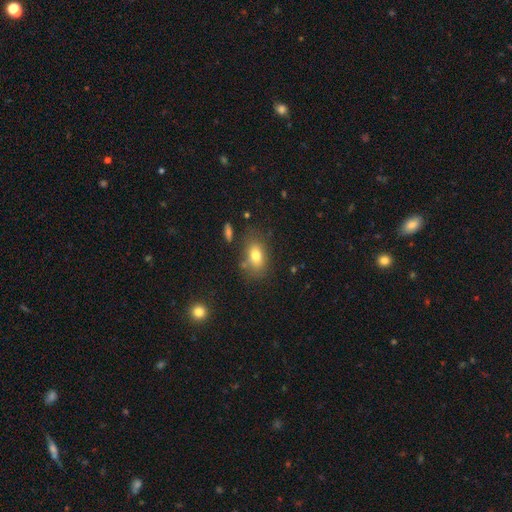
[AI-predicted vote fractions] The model was most divided on "merging": none: 74%, minor disturbance: 15%, merger: 6%, major disturbance: 5%. More confident: how rounded — in between (84%); smooth or featured — smooth (77%).